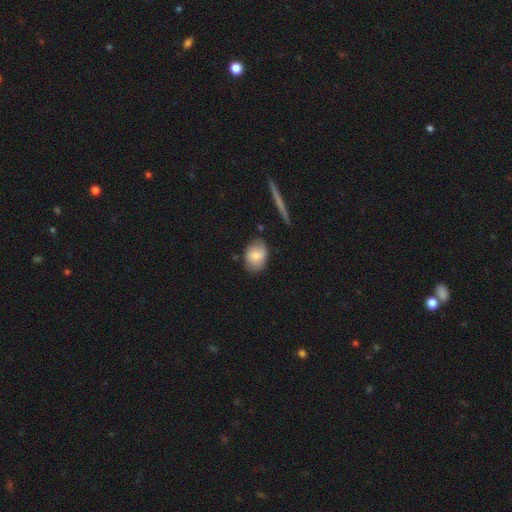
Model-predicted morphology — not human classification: Overall: smooth (71%). How rounded: in between (72%). Merging: none (73%).